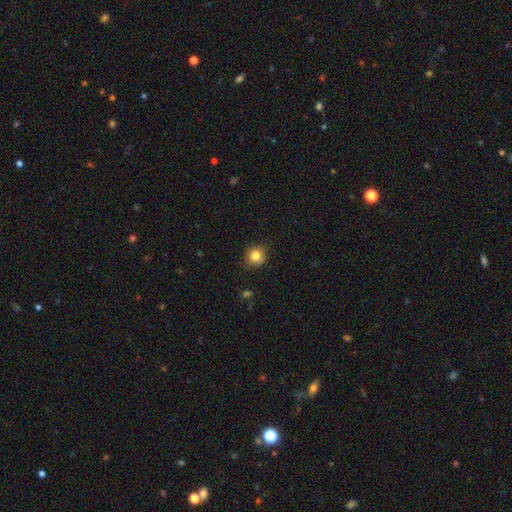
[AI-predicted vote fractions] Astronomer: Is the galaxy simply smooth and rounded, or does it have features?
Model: smooth — 81%.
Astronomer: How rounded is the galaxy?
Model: round — 84%.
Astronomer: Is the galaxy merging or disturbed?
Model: none — 84%.